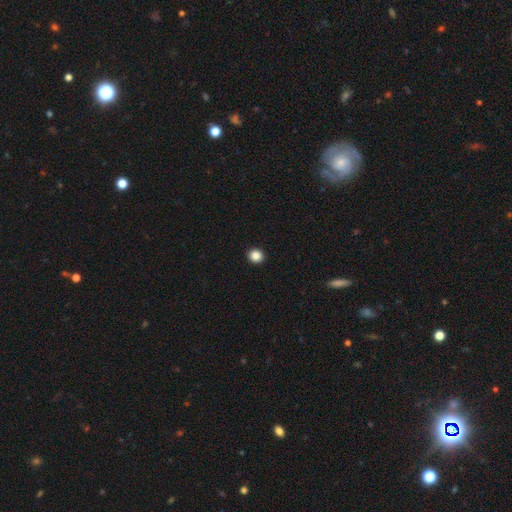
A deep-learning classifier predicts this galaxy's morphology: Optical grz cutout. It shows a smooth galaxy with no disk features (86%) that is round (87%). Merging: none (94%).